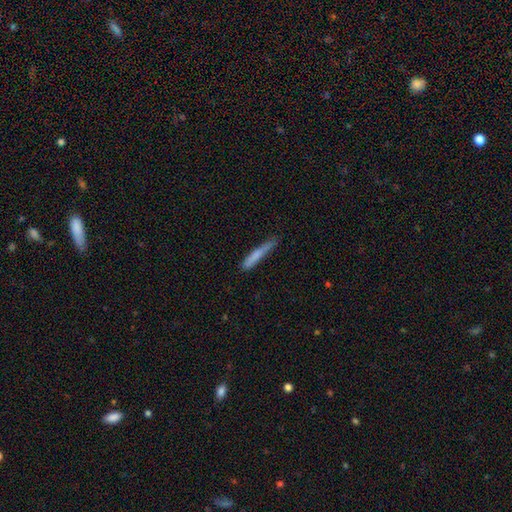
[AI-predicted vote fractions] A smooth galaxy with no disk features (74%) that is cigar-shaped (95%).

Vote fractions:
- Smooth or featured? smooth: 74% / featured or disk: 20% / star or artifact: 7%
- How rounded? cigar-shaped: 95% / in between: 4% / round: 1%
- Merging? none: 67% / minor disturbance: 25% / major disturbance: 6% / merger: 3%